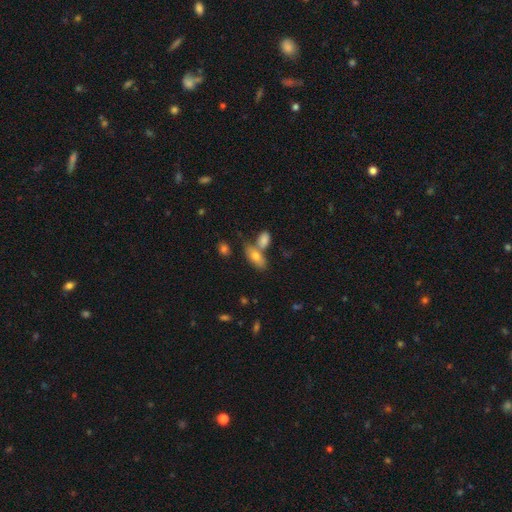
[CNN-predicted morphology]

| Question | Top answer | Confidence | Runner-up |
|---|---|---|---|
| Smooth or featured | smooth | 70% | featured or disk (20%) |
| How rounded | in between | 77% | cigar-shaped (18%) |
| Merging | none | 52% | merger (32%) |